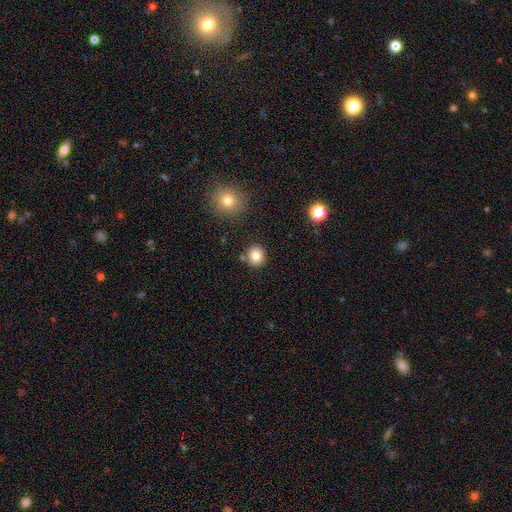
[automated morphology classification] type=smooth (82%); roundness=round (87%); merging=none (84%).